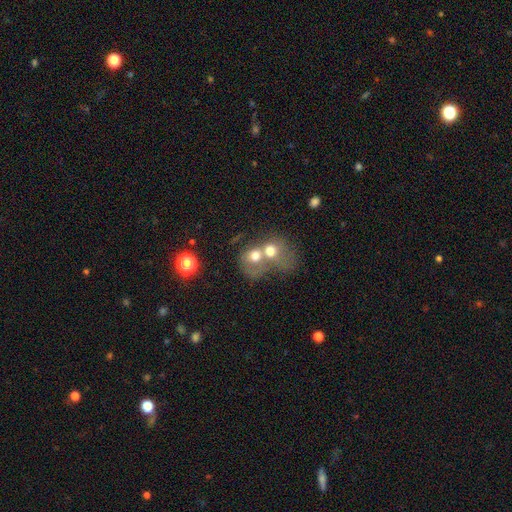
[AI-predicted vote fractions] Smooth or featured? smooth (62%)
How rounded? round (62%)
Merging? merger (74%)